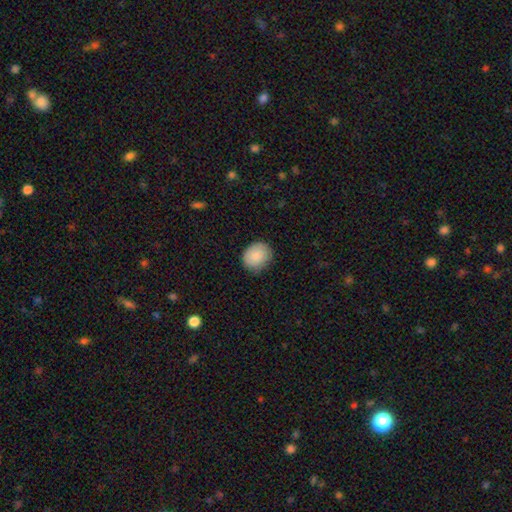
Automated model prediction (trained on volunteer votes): A smooth galaxy with no disk features (87%) that is round (64%).

Vote fractions:
- Smooth or featured? smooth: 87% / star or artifact: 7% / featured or disk: 6%
- How rounded? round: 64% / in between: 35% / cigar-shaped: 1%
- Merging? none: 79% / minor disturbance: 17% / major disturbance: 3% / merger: 1%